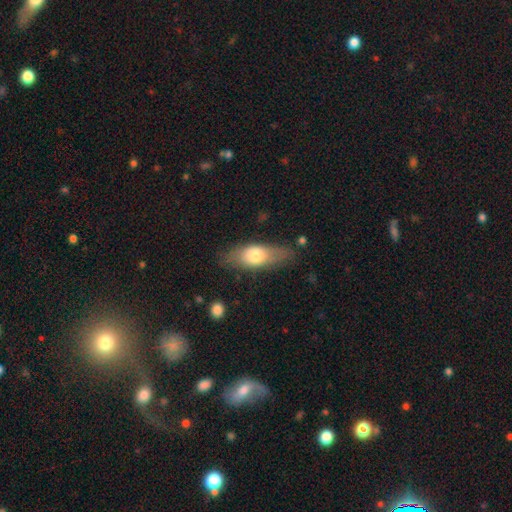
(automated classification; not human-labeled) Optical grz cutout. It shows a smooth galaxy with no disk features (65%) that is in between round and cigar-shaped (68%). Merging: none (75%).